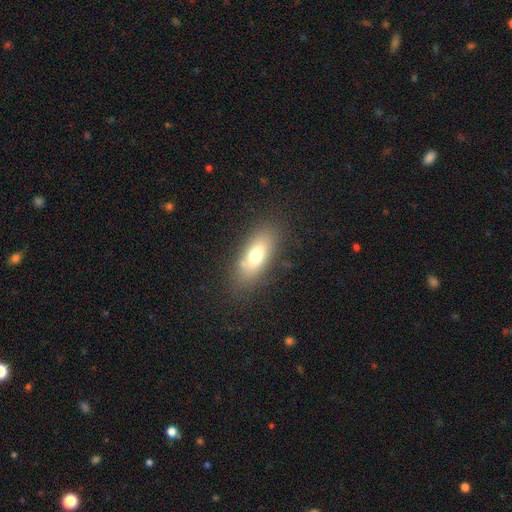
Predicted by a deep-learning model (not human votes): Overall: smooth (70%). How rounded: in between (78%). Merging: none (78%).